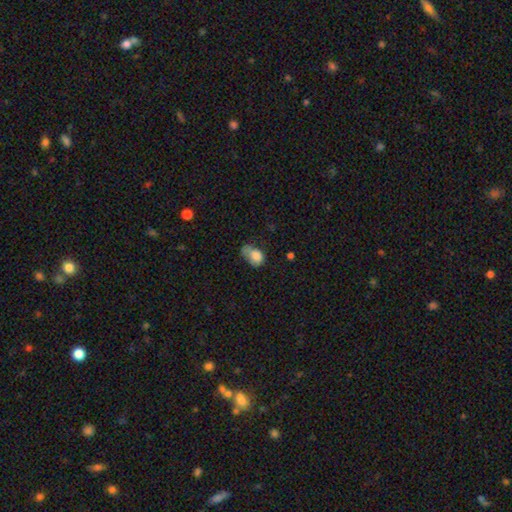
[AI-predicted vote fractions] smooth-or-featured: smooth: 79% | featured or disk: 12% | star or artifact: 9%
  how-rounded: in between: 76% | round: 22% | cigar-shaped: 1%
  merging: minor disturbance: 37% | major disturbance: 31% | none: 25% | merger: 7%